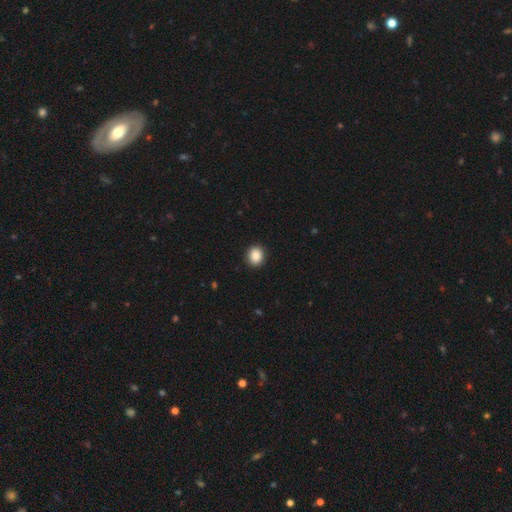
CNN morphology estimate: Smooth or featured? Predicted: smooth (p=0.87). How rounded? Predicted: round (p=0.75). Merging? Predicted: none (p=0.92).